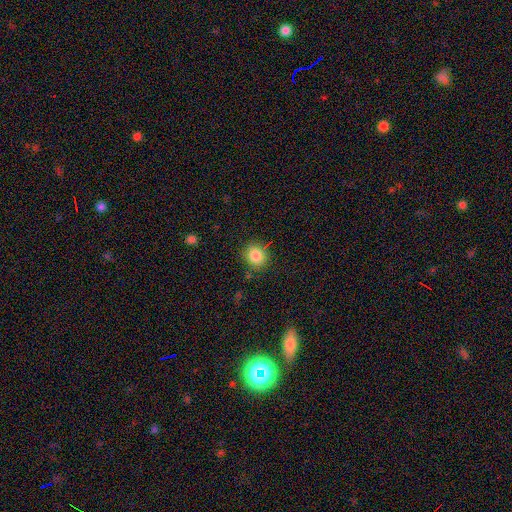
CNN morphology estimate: Smooth or featured?
  - smooth: 85% *
  - star or artifact: 10%
  - featured or disk: 5%
How rounded?
  - round: 80% *
  - in between: 19%
  - cigar-shaped: 1%
Merging?
  - none: 85% *
  - minor disturbance: 10%
  - major disturbance: 3%
  - merger: 2%